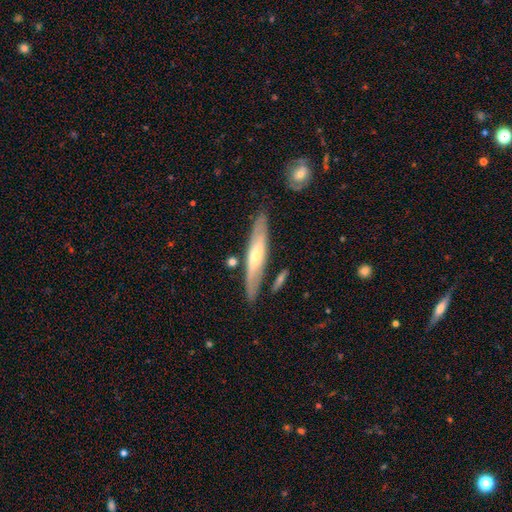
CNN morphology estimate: smooth-or-featured: featured or disk: 54% | smooth: 40% | star or artifact: 6%
  disk-edge-on: yes: 75% | no: 25%
  merging: none: 81% | minor disturbance: 12% | merger: 4% | major disturbance: 3%